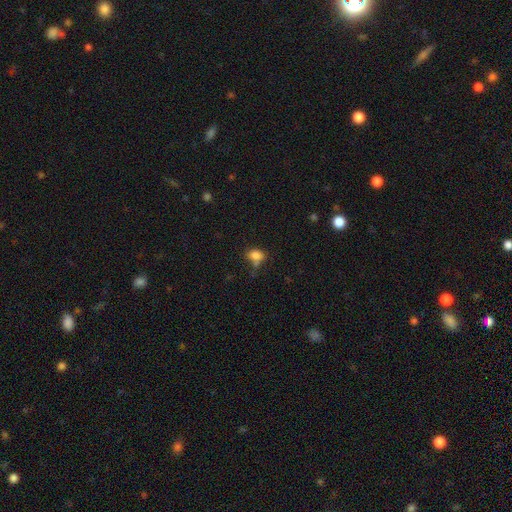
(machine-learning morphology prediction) This is clearly a smooth galaxy (82%). How rounded: likely in between (72%). Merging: possibly none (53%).